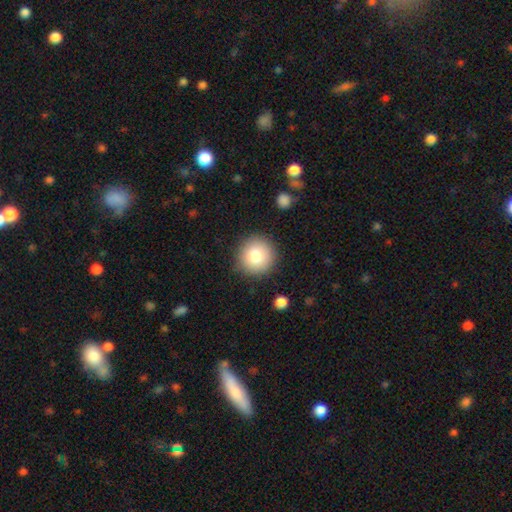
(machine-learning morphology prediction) type=smooth (80%); roundness=round (95%); merging=none (88%).